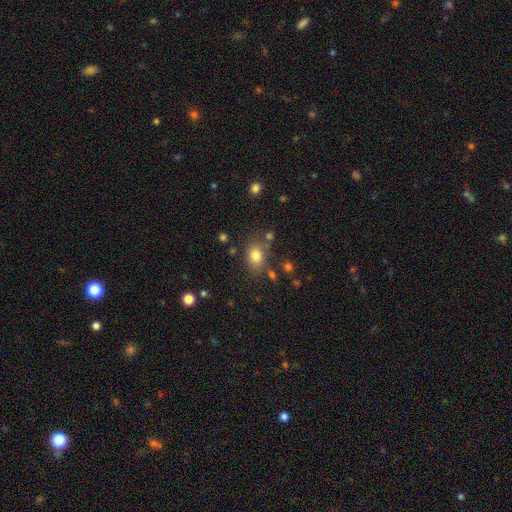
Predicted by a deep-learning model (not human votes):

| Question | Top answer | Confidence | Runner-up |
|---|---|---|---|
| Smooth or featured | smooth | 79% | star or artifact (12%) |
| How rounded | in between | 68% | round (31%) |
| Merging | none | 71% | minor disturbance (16%) |